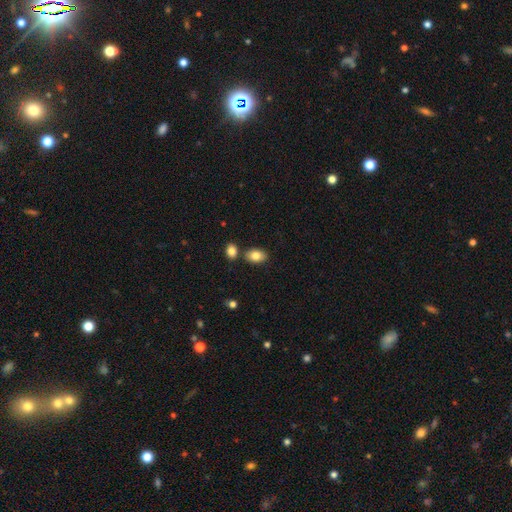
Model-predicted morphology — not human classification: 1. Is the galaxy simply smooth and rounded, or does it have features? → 83% smooth, 9% featured or disk, 8% star or artifact.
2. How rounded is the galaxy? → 86% in between, 13% round, 1% cigar-shaped.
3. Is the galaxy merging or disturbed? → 75% none, 12% merger, 10% minor disturbance, 2% major disturbance.